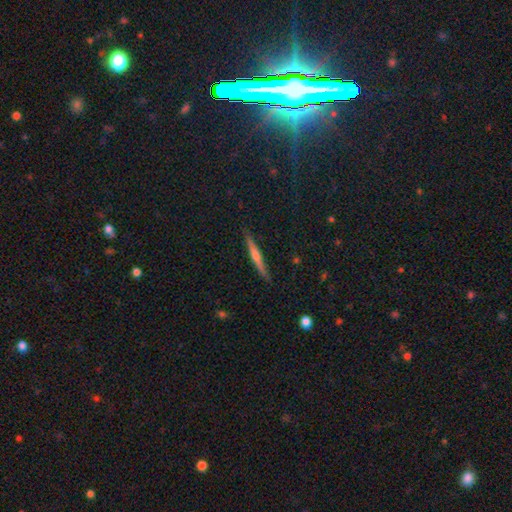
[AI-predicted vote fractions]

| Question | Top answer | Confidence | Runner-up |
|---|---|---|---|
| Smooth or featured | featured or disk | 58% | smooth (34%) |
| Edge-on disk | yes | 97% | no (3%) |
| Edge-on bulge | rounded | 67% | none (24%) |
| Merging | none | 89% | minor disturbance (8%) |